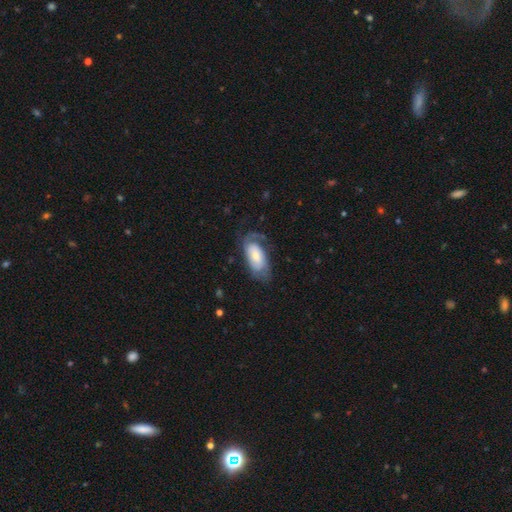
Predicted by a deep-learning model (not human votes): A featured or disk galaxy (56%) with no bar (66%), spiral arms (78%) and a small central bulge (47%).

Vote fractions:
- Smooth or featured? featured or disk: 56% / smooth: 38% / star or artifact: 6%
- Edge-on disk? no: 92% / yes: 8%
- Bar? no: 66% / weak: 25% / strong: 9%
- Spiral arms? yes: 78% / no: 22%
- Bulge size? small: 47% / moderate: 41% / large: 8% / none: 2% / dominant: 2%
- Merging? none: 54% / minor disturbance: 23% / major disturbance: 21% / merger: 2%